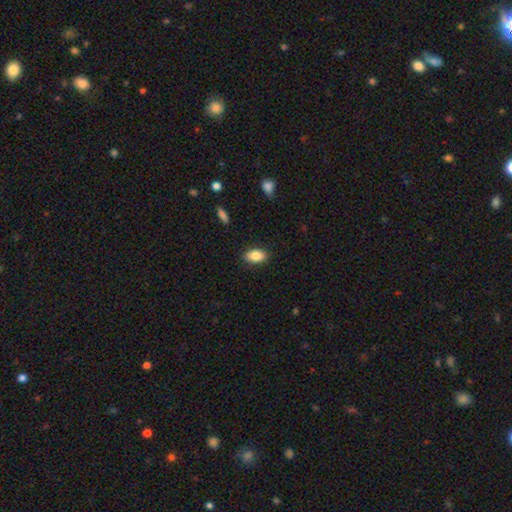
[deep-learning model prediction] This is clearly a smooth galaxy (84%). How rounded: clearly in between (91%). Merging: clearly none (87%).